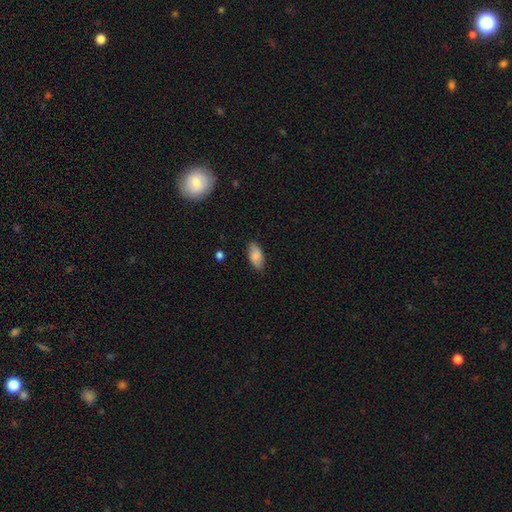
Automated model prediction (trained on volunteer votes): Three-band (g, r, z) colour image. It shows a smooth galaxy with no disk features (83%) that is in between round and cigar-shaped (90%). Merging: none (82%).